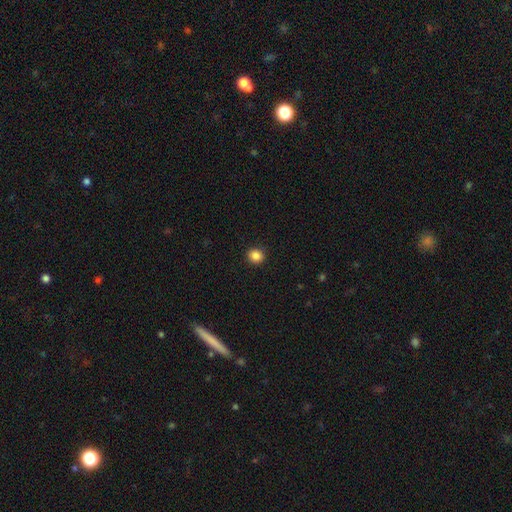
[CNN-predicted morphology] This is clearly a smooth galaxy (87%). How rounded: clearly round (83%). Merging: clearly none (92%).